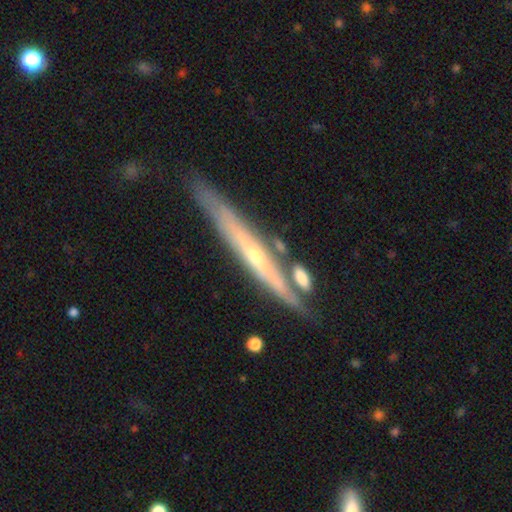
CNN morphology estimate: Smooth or featured: featured or disk — 74% (smooth — 19%)
Edge-on disk: yes — 89% (no — 11%)
Edge-on bulge: rounded — 64% (none — 33%)
Merging: none — 74% (minor disturbance — 15%)